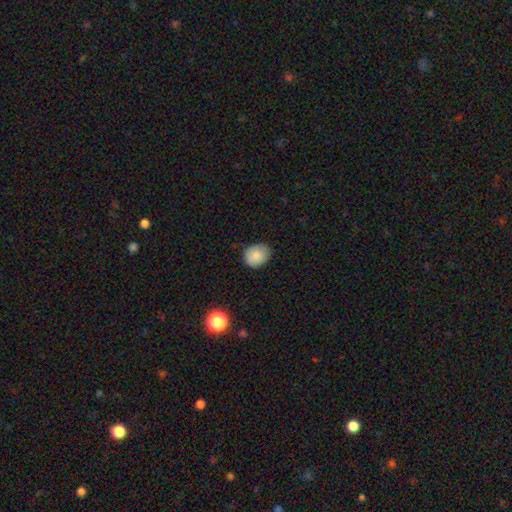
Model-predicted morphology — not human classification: Smooth or featured?
  - smooth: 85% *
  - star or artifact: 9%
  - featured or disk: 6%
How rounded?
  - round: 56% *
  - in between: 43%
  - cigar-shaped: 1%
Merging?
  - none: 79% *
  - minor disturbance: 17%
  - major disturbance: 3%
  - merger: 1%